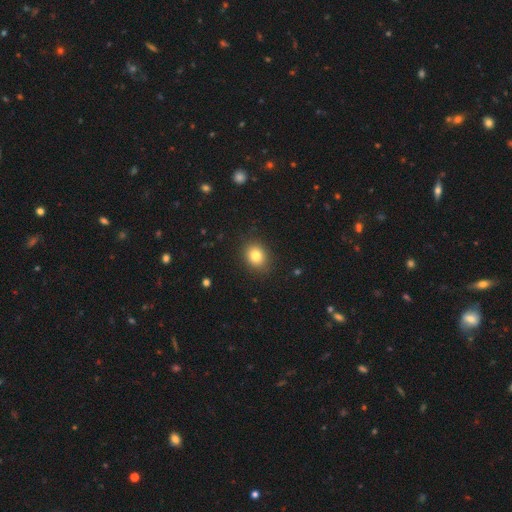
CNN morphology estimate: A smooth galaxy with no disk features (81%) that is round (56%).

Vote fractions:
- Smooth or featured? smooth: 81% / star or artifact: 11% / featured or disk: 8%
- How rounded? round: 56% / in between: 43% / cigar-shaped: 1%
- Merging? none: 88% / minor disturbance: 9% / major disturbance: 3% / merger: 1%